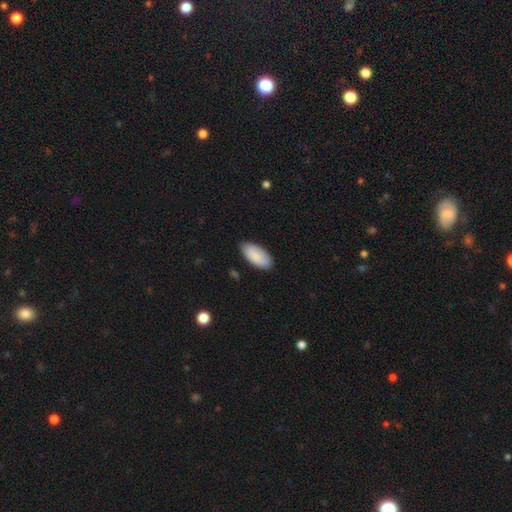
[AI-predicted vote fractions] This appears to be a smooth galaxy with no disk features (89%) that is in between round and cigar-shaped (94%). Merging: none (84%).